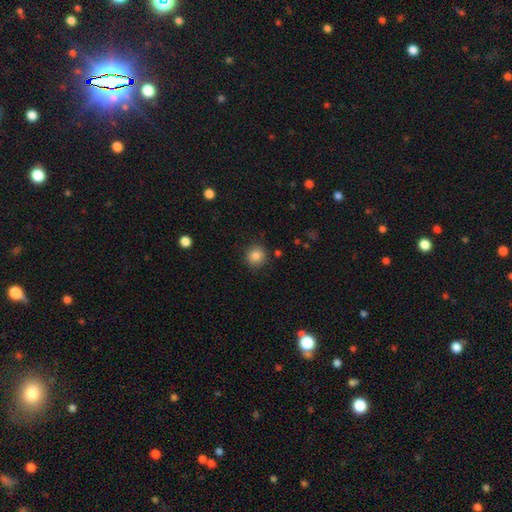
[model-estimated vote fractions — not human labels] smooth_or_featured: smooth (p=0.84) [alt: star or artifact p=0.10]
how_rounded: round (p=0.92) [alt: in between p=0.07]
merging: none (p=0.90) [alt: minor disturbance p=0.07]